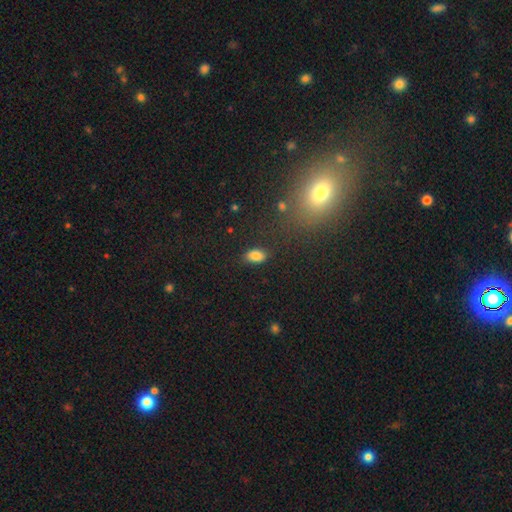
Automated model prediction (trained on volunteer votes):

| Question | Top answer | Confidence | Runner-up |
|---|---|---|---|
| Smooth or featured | smooth | 84% | star or artifact (10%) |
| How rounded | in between | 90% | round (8%) |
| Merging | none | 81% | minor disturbance (13%) |